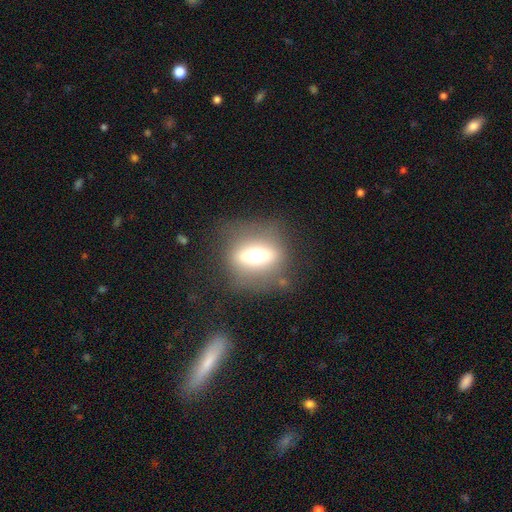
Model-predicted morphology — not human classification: The model was most divided on "edge-on disk": yes: 53%, no: 47%. More confident: merging — none (74%); smooth or featured — featured or disk (50%).